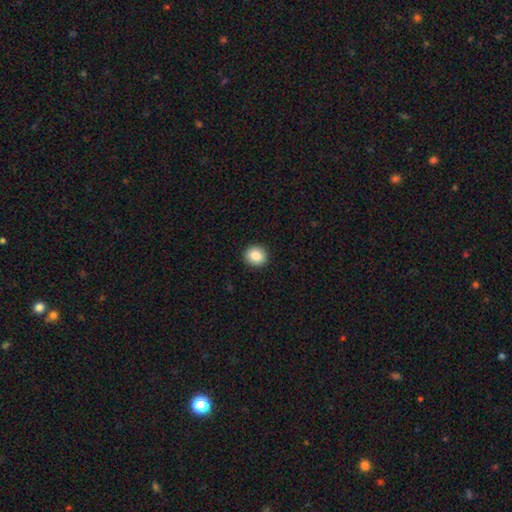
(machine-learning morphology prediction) Smooth or featured?
  - smooth: 85% *
  - star or artifact: 9%
  - featured or disk: 6%
How rounded?
  - round: 80% *
  - in between: 19%
  - cigar-shaped: 1%
Merging?
  - none: 92% *
  - minor disturbance: 6%
  - major disturbance: 2%
  - merger: 1%